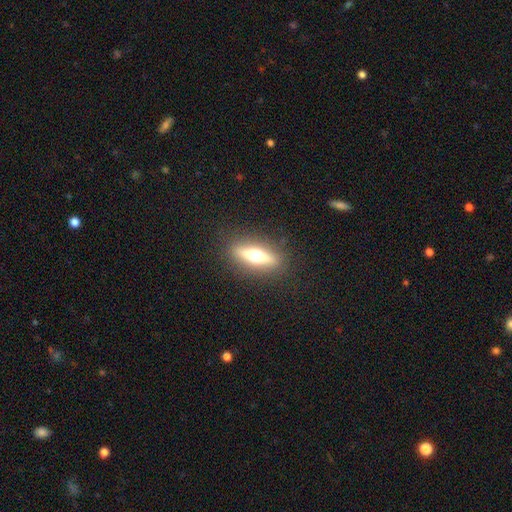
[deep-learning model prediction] Overall: featured or disk (58%; smooth 34%). Edge-on disk: yes (89%). Edge-on bulge: rounded (95%). Merging: none (89%).